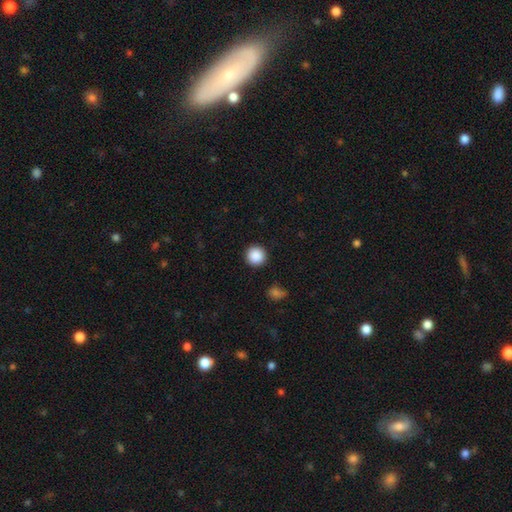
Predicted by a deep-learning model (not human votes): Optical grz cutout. It shows a smooth galaxy with no disk features (88%) that is round (96%). Merging: none (92%).